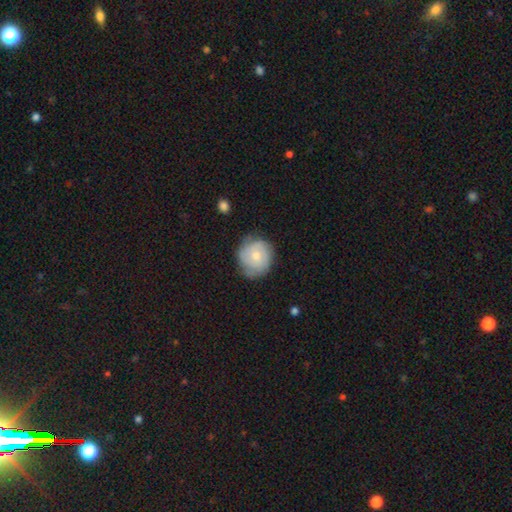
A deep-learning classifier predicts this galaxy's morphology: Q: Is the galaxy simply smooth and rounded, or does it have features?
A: smooth — 49%.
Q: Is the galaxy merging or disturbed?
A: none — 68%.